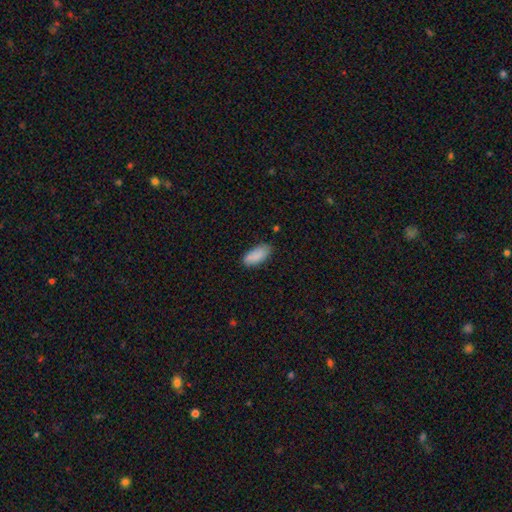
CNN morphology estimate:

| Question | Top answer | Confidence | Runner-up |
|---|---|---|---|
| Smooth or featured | smooth | 88% | star or artifact (6%) |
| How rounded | in between | 87% | cigar-shaped (11%) |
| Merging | none | 78% | minor disturbance (17%) |